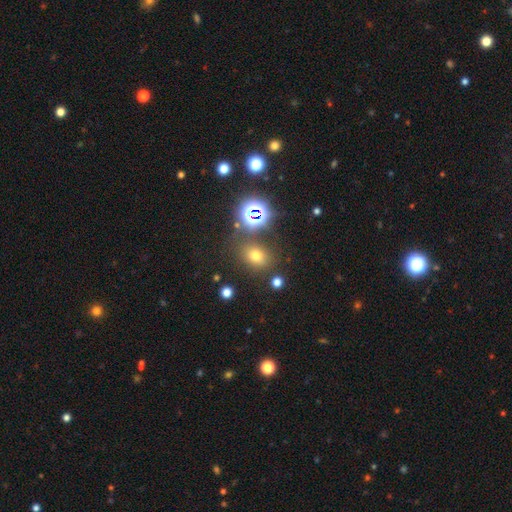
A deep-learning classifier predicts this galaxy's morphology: Q: Smooth or featured?
A: smooth (61%); runner-up: star or artifact (29%)
Q: How rounded?
A: round (53%); runner-up: in between (46%)
Q: Merging?
A: none (78%); runner-up: minor disturbance (11%)